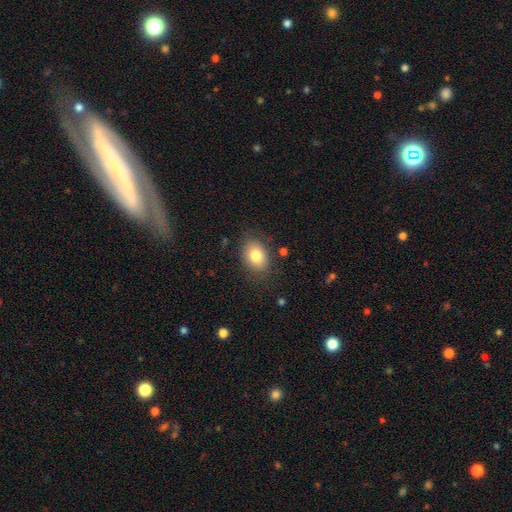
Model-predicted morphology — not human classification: smooth-or-featured: smooth: 81% | featured or disk: 11% | star or artifact: 8%
  how-rounded: in between: 75% | round: 24% | cigar-shaped: 1%
  merging: none: 81% | minor disturbance: 13% | major disturbance: 4% | merger: 2%